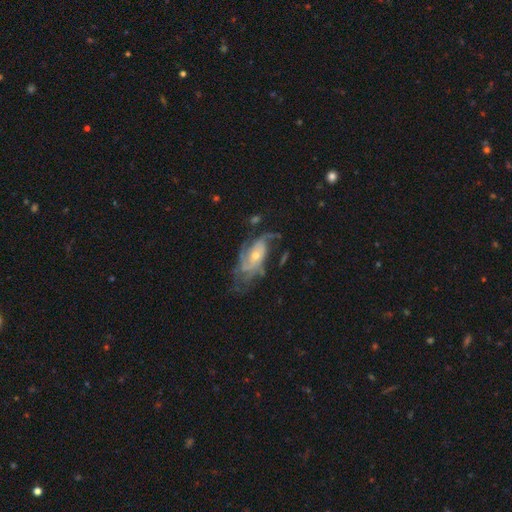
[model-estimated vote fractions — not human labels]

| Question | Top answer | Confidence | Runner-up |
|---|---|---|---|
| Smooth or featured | featured or disk | 84% | smooth (10%) |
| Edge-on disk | no | 95% | yes (5%) |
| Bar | no | 68% | weak (25%) |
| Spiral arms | yes | 93% | no (7%) |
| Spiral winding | medium | 41% | tight (37%) |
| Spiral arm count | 2 | 27% | can't tell (26%) |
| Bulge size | small | 57% | moderate (39%) |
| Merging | none | 50% | major disturbance (25%) |